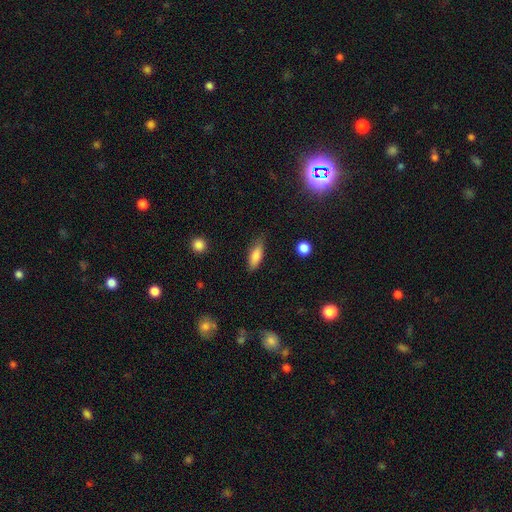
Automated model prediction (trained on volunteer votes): smooth_or_featured: smooth (p=0.80) [alt: featured or disk p=0.13]
how_rounded: in between (p=0.64) [alt: cigar-shaped p=0.34]
merging: none (p=0.78) [alt: minor disturbance p=0.17]